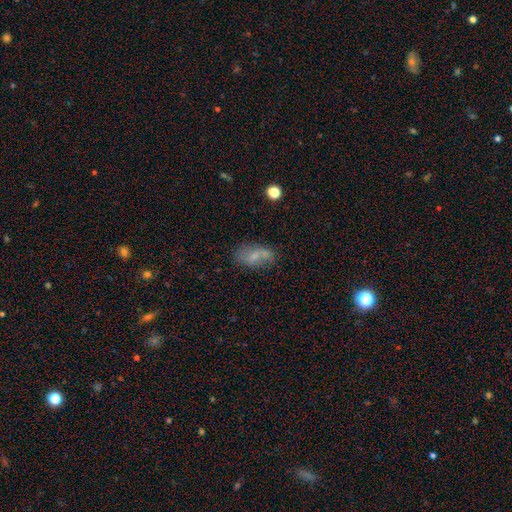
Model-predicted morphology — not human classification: Smooth or featured?
  - smooth: 59% *
  - featured or disk: 29%
  - star or artifact: 12%
How rounded?
  - in between: 86% *
  - cigar-shaped: 7%
  - round: 7%
Merging?
  - none: 58% *
  - minor disturbance: 21%
  - merger: 12%
  - major disturbance: 9%